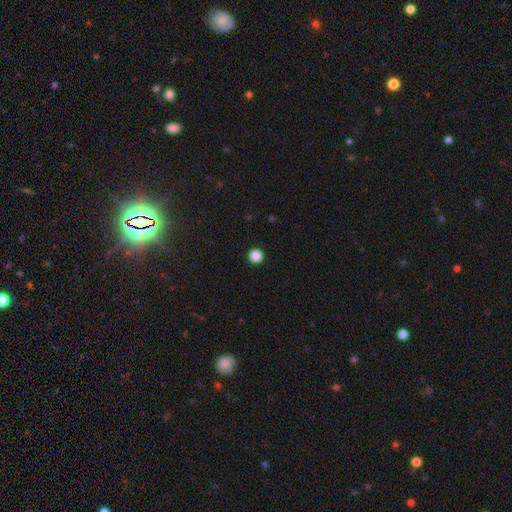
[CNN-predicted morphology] A smooth galaxy with no disk features (87%) that is round (96%). Merging: none (94%).